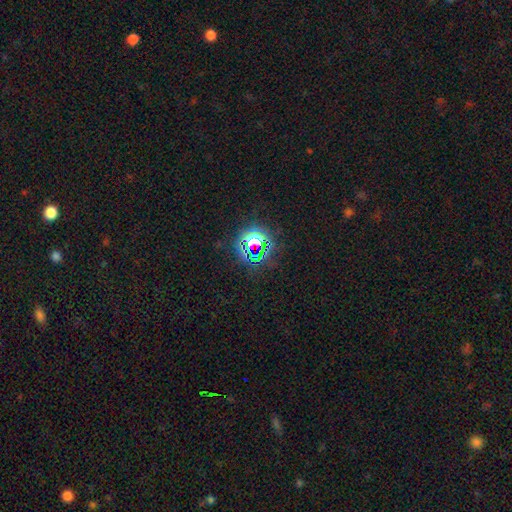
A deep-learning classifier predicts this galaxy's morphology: Overall: star or artifact (79%).